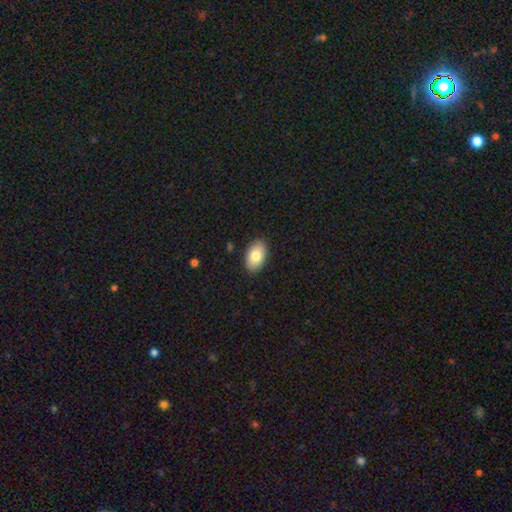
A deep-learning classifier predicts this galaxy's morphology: A smooth galaxy with no disk features (80%) that is in between round and cigar-shaped (93%). Merging: none (89%).